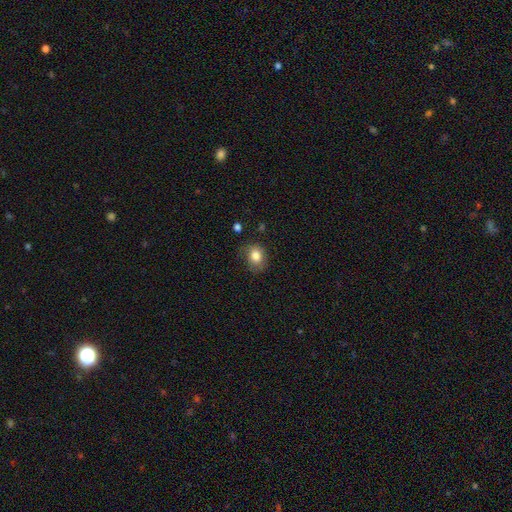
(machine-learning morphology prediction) A smooth galaxy with no disk features (82%) that is round (52%). Merging: none (69%).